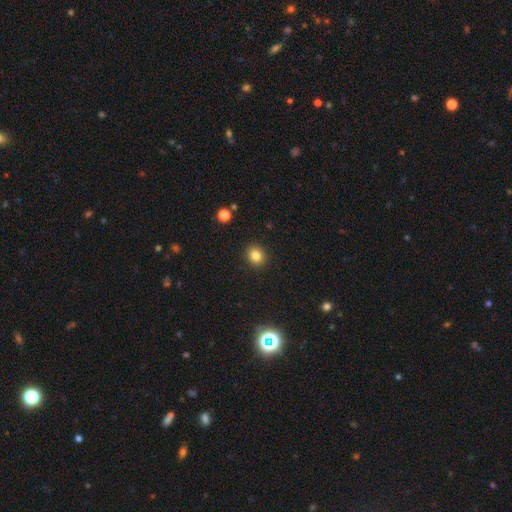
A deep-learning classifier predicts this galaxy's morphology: This is clearly a smooth galaxy (82%). How rounded: likely round (77%). Merging: clearly none (91%).